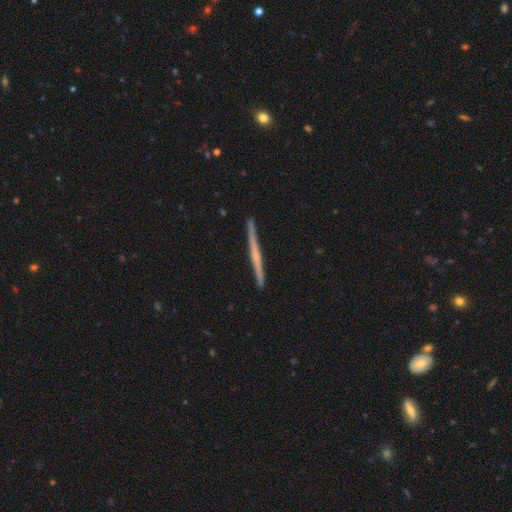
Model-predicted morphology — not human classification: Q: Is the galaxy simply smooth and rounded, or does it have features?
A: featured or disk — 65%.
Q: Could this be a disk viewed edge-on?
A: yes — 98%.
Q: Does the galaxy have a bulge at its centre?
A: none — 63%.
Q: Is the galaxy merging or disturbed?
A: none — 91%.